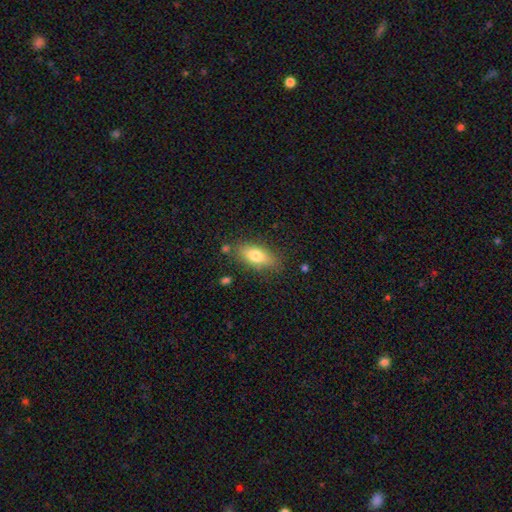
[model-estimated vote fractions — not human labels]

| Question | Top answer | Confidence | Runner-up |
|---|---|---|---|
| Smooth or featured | smooth | 76% | featured or disk (17%) |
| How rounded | in between | 80% | cigar-shaped (17%) |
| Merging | none | 79% | minor disturbance (14%) |